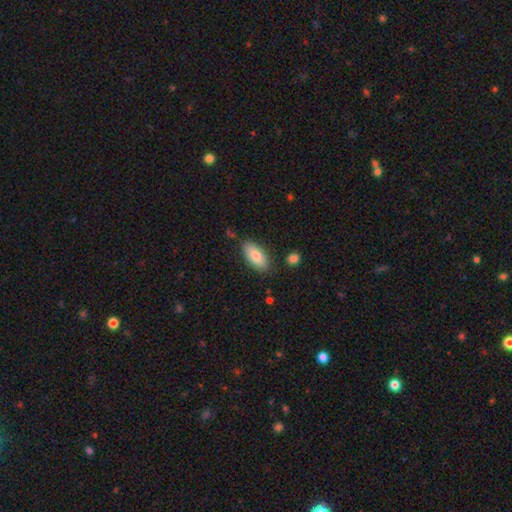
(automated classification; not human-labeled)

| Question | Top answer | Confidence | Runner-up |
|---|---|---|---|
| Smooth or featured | smooth | 82% | featured or disk (12%) |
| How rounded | in between | 89% | cigar-shaped (9%) |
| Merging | none | 82% | minor disturbance (13%) |